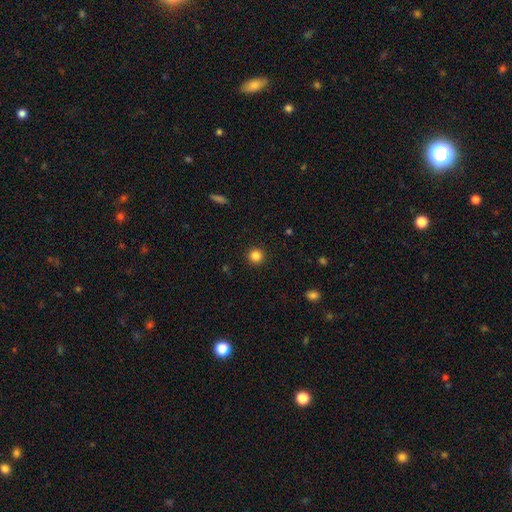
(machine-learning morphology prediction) A smooth galaxy with no disk features (85%) that is round (95%). Merging: none (93%).